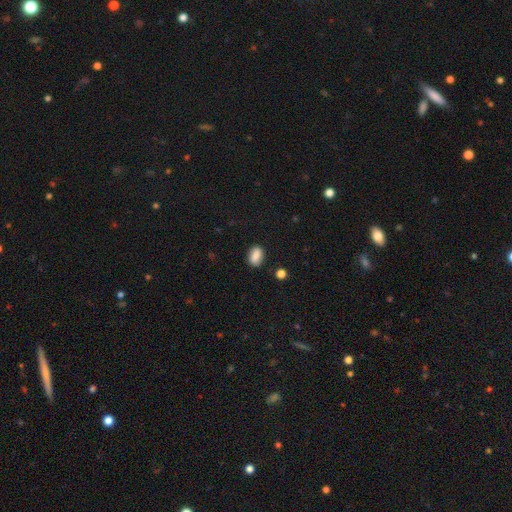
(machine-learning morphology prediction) This is clearly a smooth galaxy (83%). How rounded: clearly in between (81%). Merging: likely none (79%).